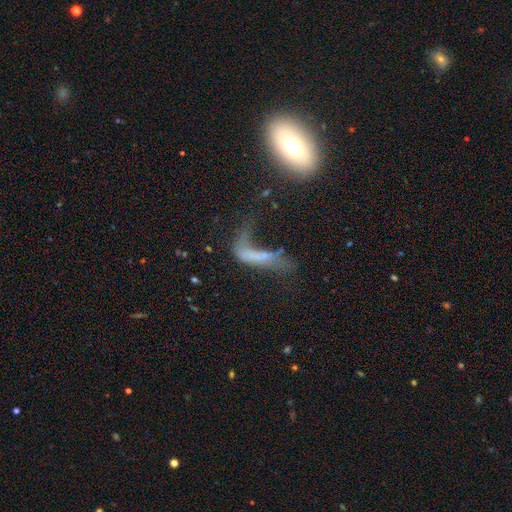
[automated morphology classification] Smooth or featured?
  - smooth: 43% *
  - featured or disk: 41%
  - star or artifact: 15%
Merging?
  - major disturbance: 49% *
  - none: 21%
  - merger: 16%
  - minor disturbance: 14%